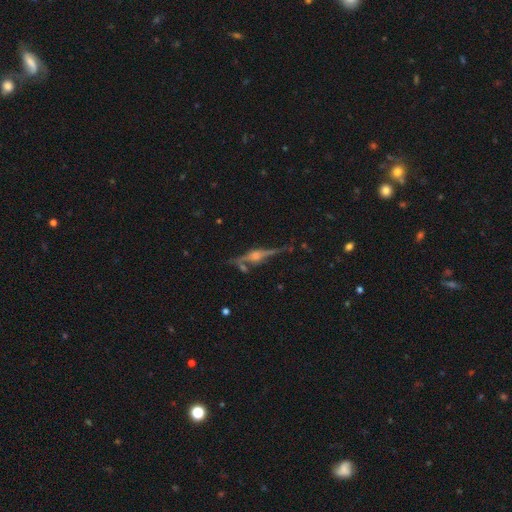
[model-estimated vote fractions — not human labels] This is clearly a featured or disk galaxy (83%). It is clearly viewed edge-on (96%). Edge-on bulge: clearly rounded (85%). Merging: likely none (76%).